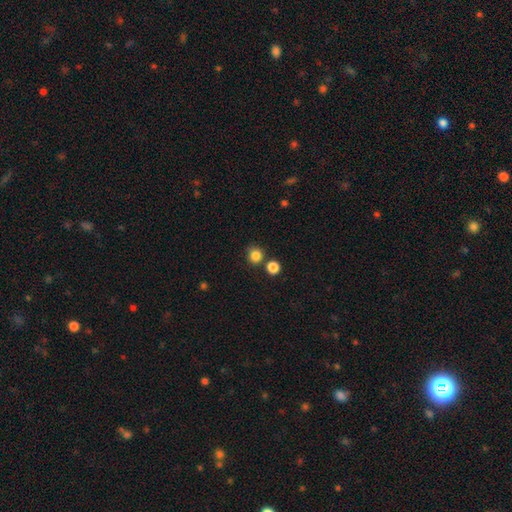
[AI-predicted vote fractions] Smooth or featured? smooth (84%)
How rounded? round (90%)
Merging? none (76%)